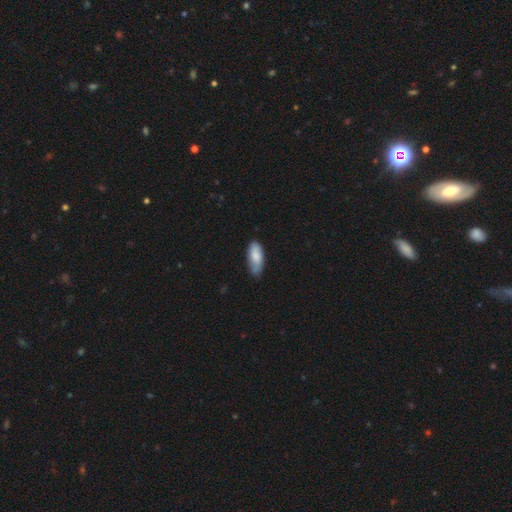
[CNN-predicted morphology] smooth_or_featured: smooth (p=0.76) [alt: featured or disk p=0.18]
how_rounded: in between (p=0.82) [alt: cigar-shaped p=0.16]
merging: none (p=0.68) [alt: minor disturbance p=0.27]